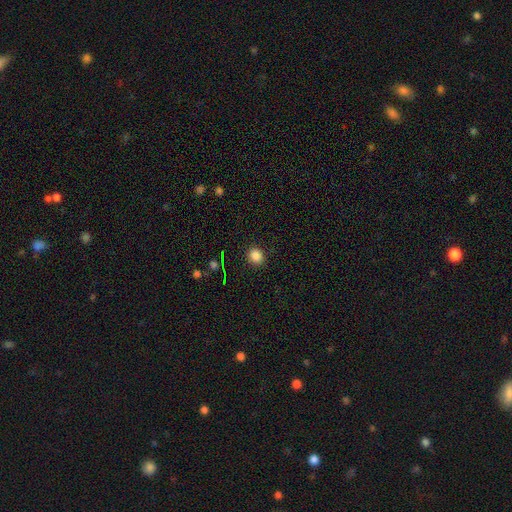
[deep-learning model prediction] This is clearly a smooth galaxy (84%). How rounded: likely round (76%). Merging: clearly none (90%).